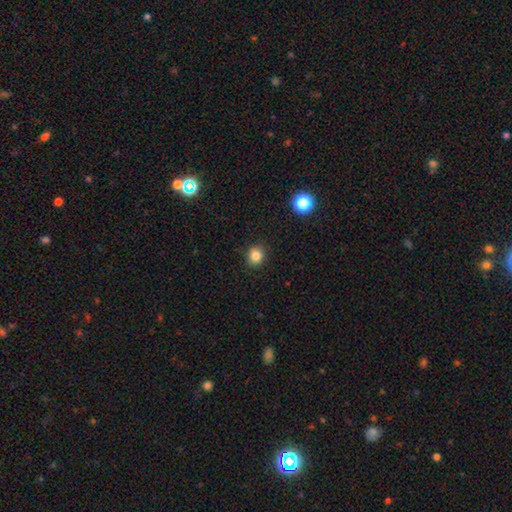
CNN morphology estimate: Smooth or featured?
  - smooth: 83% *
  - star or artifact: 12%
  - featured or disk: 5%
How rounded?
  - round: 84% *
  - in between: 15%
  - cigar-shaped: 1%
Merging?
  - none: 88% *
  - minor disturbance: 8%
  - major disturbance: 2%
  - merger: 1%